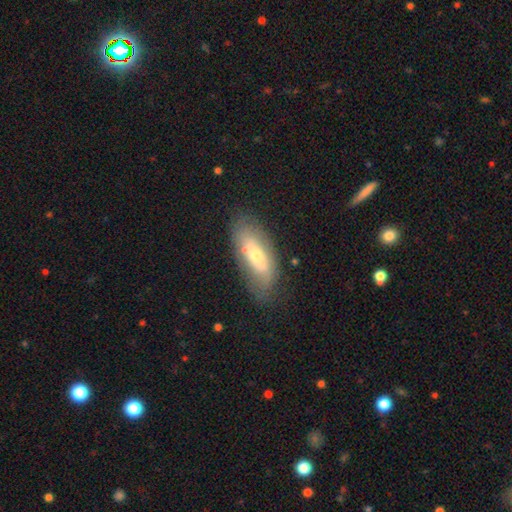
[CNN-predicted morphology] Smooth or featured?
  - smooth: 48% *
  - featured or disk: 45%
  - star or artifact: 7%
Merging?
  - none: 70% *
  - minor disturbance: 20%
  - major disturbance: 7%
  - merger: 2%